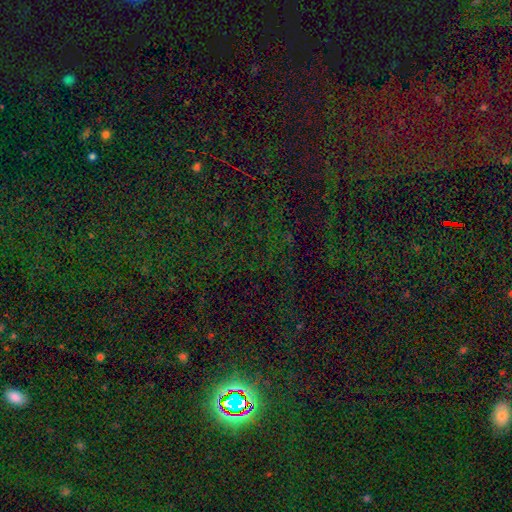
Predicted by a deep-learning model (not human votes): Overall: star or artifact (83%).